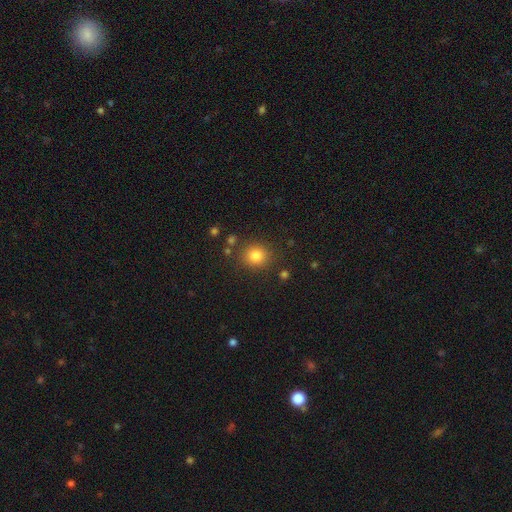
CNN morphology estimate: The model was most divided on "smooth or featured": smooth: 82%, star or artifact: 12%, featured or disk: 6%. More confident: how rounded — round (86%); merging — none (84%).